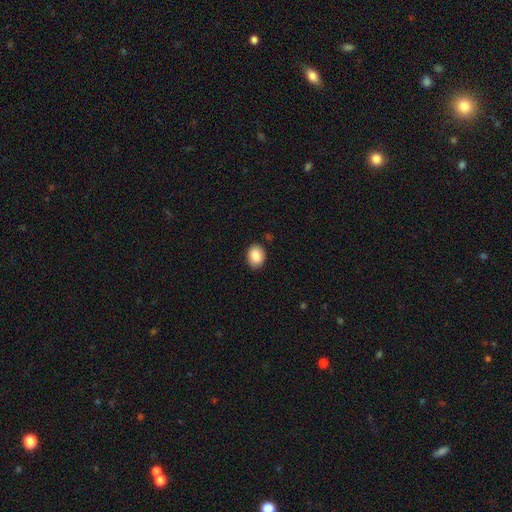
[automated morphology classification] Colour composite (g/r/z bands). It shows a smooth galaxy with no disk features (87%) that is in between round and cigar-shaped (64%). Merging: none (88%).